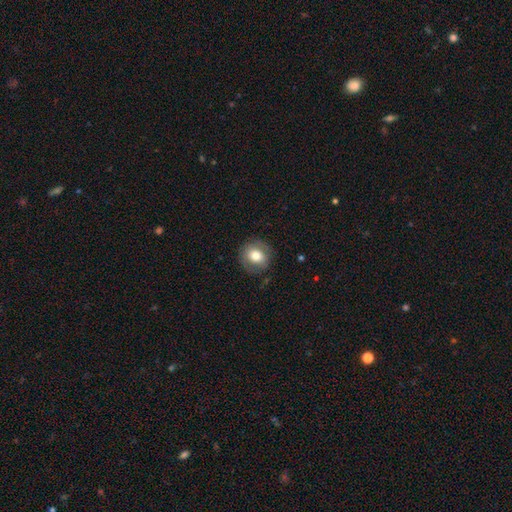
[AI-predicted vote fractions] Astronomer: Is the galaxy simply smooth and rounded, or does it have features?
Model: smooth — 70%.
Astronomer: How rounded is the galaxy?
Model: round — 83%.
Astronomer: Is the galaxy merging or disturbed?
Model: none — 83%.